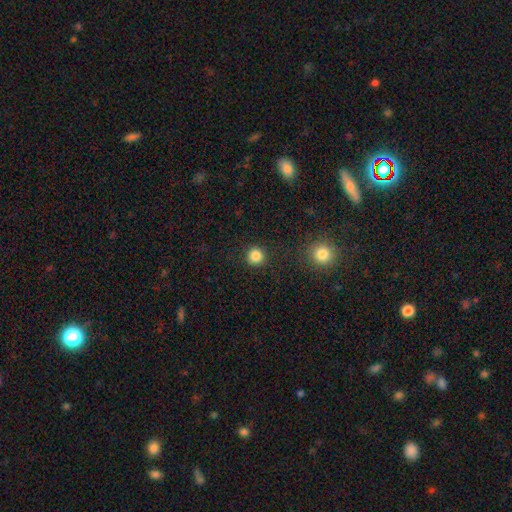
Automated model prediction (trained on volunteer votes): Smooth or featured: smooth — 84% (star or artifact — 12%)
How rounded: round — 95% (in between — 4%)
Merging: none — 91% (minor disturbance — 5%)